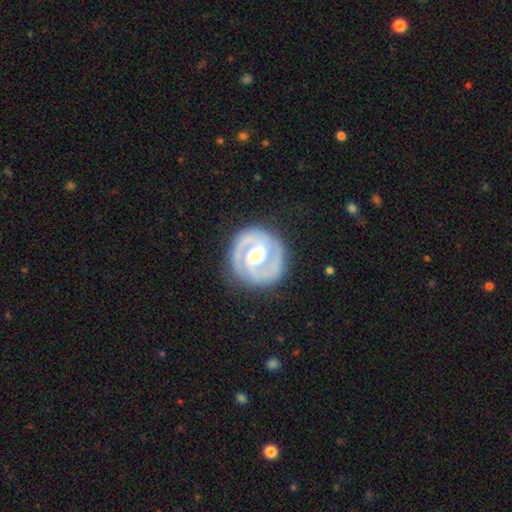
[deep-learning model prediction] This is clearly a featured or disk galaxy (89%). It is clearly not viewed edge-on (98%). Bar: possibly weak (46%). Spiral arm pattern: clearly yes (95%). Spiral arm count: clearly 2 (90%). Spiral winding: possibly tight (58%). Central bulge: likely moderate (71%). Merging: clearly none (86%).